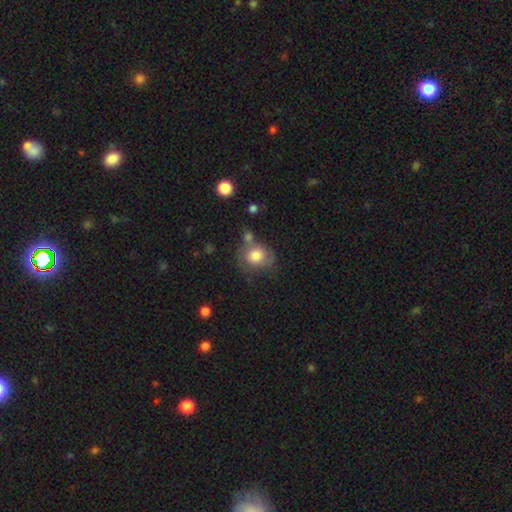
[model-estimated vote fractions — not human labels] Smooth or featured?
  - smooth: 76% *
  - featured or disk: 16%
  - star or artifact: 8%
How rounded?
  - round: 68% *
  - in between: 31%
  - cigar-shaped: 1%
Merging?
  - none: 51% *
  - minor disturbance: 22%
  - merger: 17%
  - major disturbance: 10%